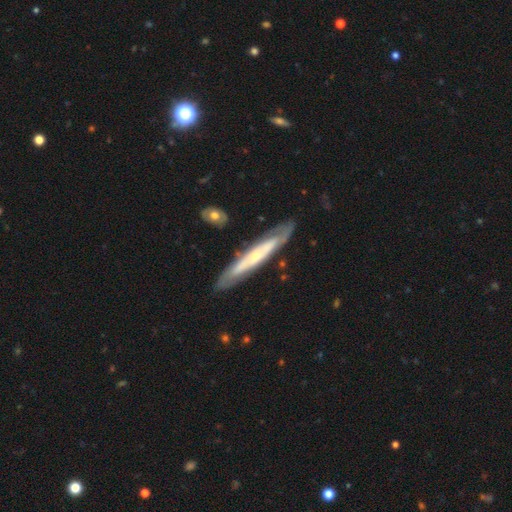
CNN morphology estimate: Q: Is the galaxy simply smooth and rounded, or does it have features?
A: featured or disk — 68%.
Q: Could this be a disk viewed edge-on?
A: yes — 59%.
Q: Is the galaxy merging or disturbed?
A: none — 81%.